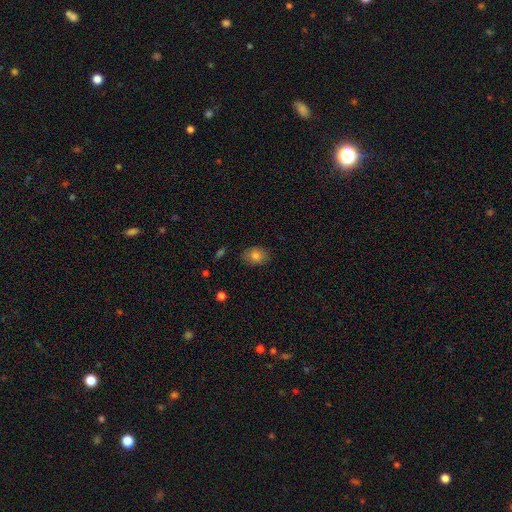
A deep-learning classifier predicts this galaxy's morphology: Smooth or featured?
  - smooth: 81% *
  - star or artifact: 9%
  - featured or disk: 9%
How rounded?
  - in between: 70% *
  - round: 28%
  - cigar-shaped: 1%
Merging?
  - none: 84% *
  - minor disturbance: 12%
  - major disturbance: 3%
  - merger: 1%